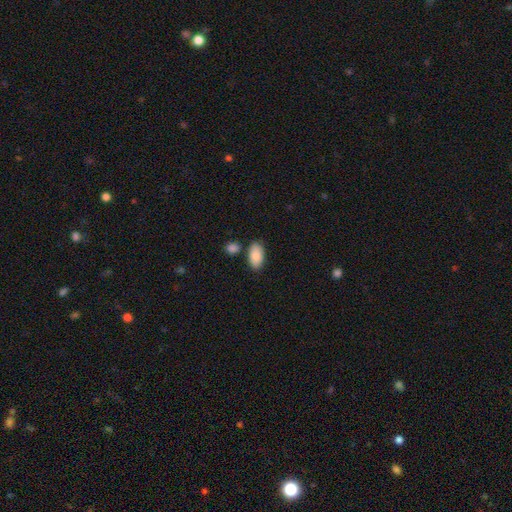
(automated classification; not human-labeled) smooth 88%, star or artifact 6%, featured or disk 6%. Down the decision tree: how rounded — in between (94%); merging — none (79%).